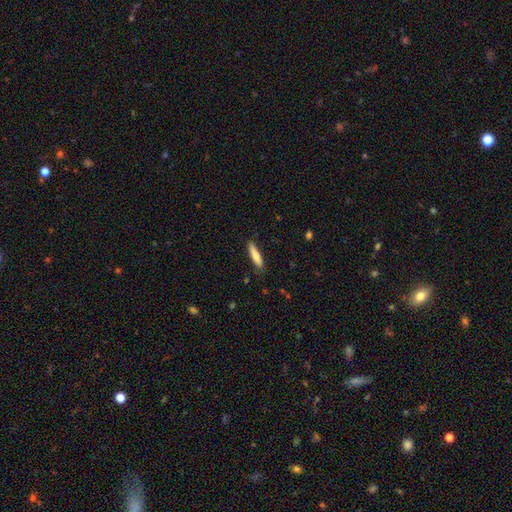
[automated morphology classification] This appears to be a smooth galaxy with no disk features (72%) that is cigar-shaped (85%). Merging: none (84%).